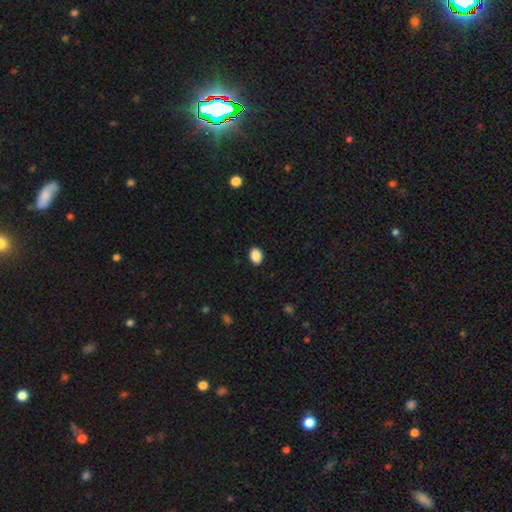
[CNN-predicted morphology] smooth_or_featured: smooth (p=0.89) [alt: star or artifact p=0.08]
how_rounded: in between (p=0.66) [alt: round p=0.33]
merging: none (p=0.90) [alt: minor disturbance p=0.07]